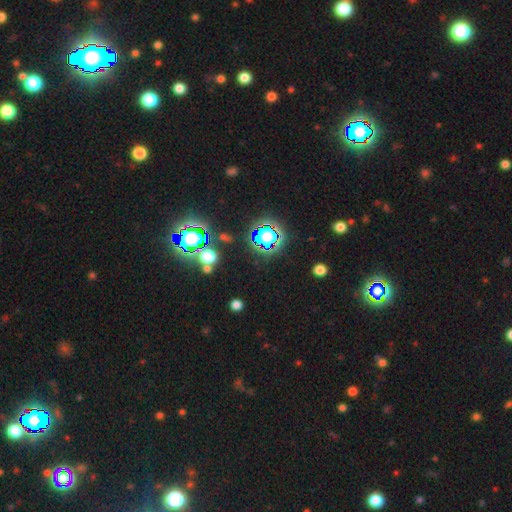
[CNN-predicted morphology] This appears to be a star or artifact, not a galaxy (80%).